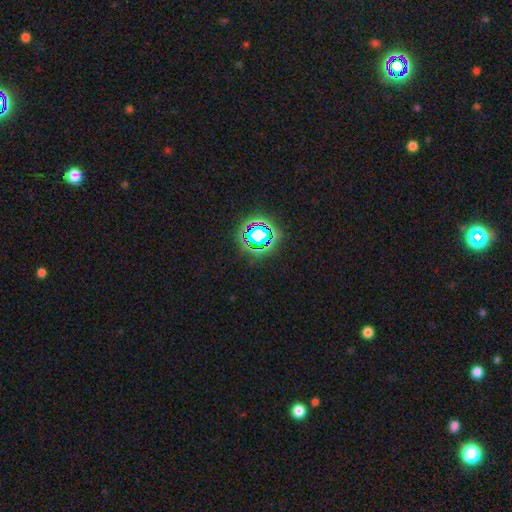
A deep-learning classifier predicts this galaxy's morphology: smooth_or_featured: star or artifact (p=0.79) [alt: smooth p=0.14]